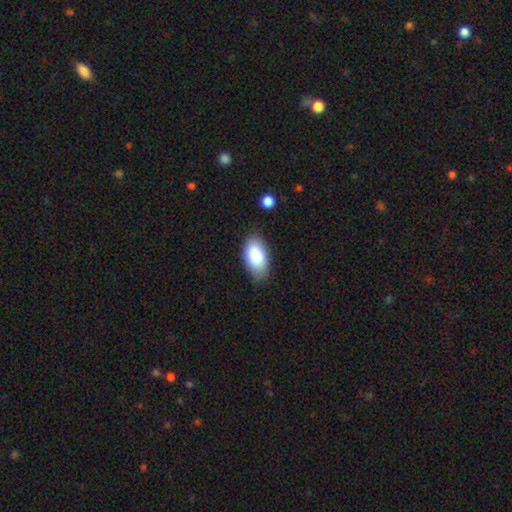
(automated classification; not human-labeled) This is clearly a smooth galaxy (85%). How rounded: clearly in between (95%). Merging: clearly none (82%).